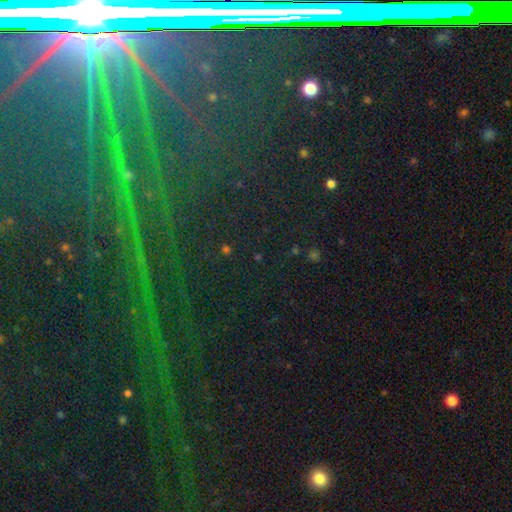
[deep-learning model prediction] Smooth or featured? Predicted: star or artifact (p=0.75).